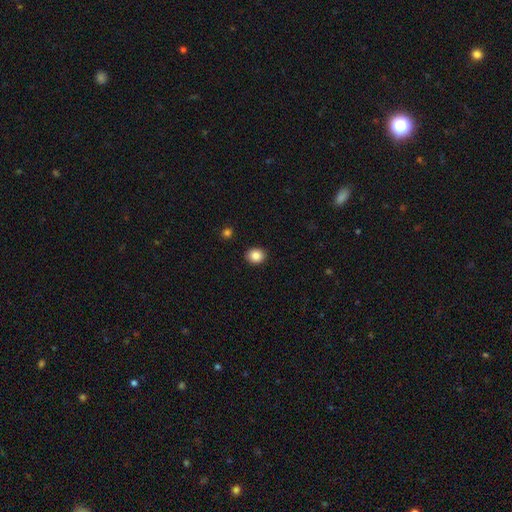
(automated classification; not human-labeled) smooth 87%, star or artifact 9%, featured or disk 4%. Down the decision tree: how rounded — round (70%); merging — none (92%).